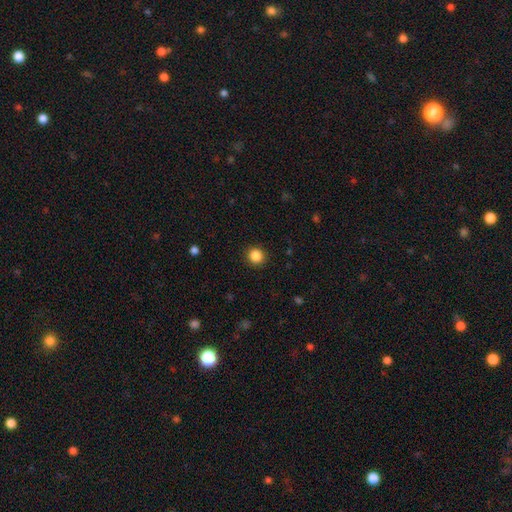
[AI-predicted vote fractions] Overall: smooth (86%). How rounded: round (92%). Merging: none (92%).